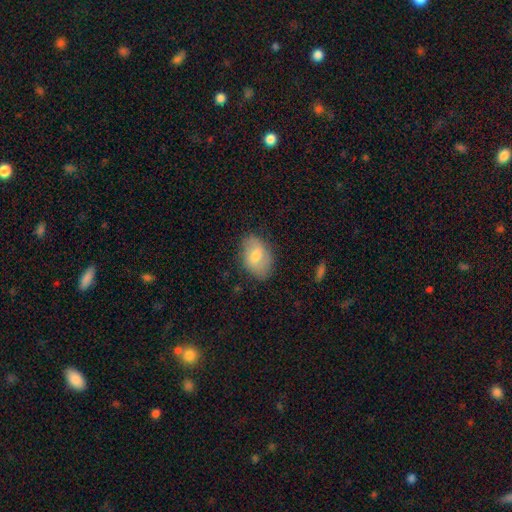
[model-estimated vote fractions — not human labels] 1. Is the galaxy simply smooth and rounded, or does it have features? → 66% smooth, 27% featured or disk, 7% star or artifact.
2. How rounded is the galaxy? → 86% in between, 13% round, 1% cigar-shaped.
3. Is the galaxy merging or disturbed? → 76% none, 18% minor disturbance, 4% major disturbance, 1% merger.